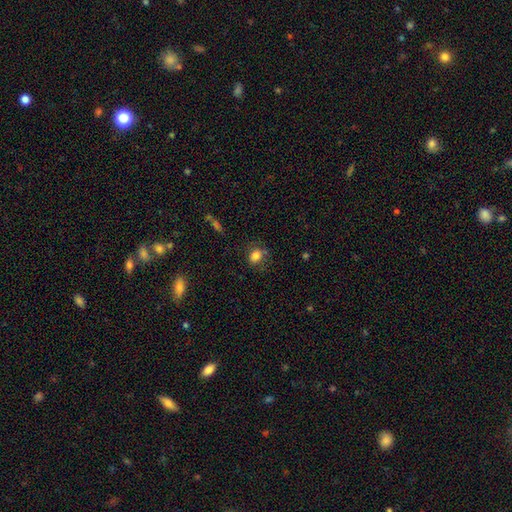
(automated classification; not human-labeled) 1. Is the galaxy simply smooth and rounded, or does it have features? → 81% smooth, 10% star or artifact, 9% featured or disk.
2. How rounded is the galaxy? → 52% in between, 47% round, 1% cigar-shaped.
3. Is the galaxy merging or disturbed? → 67% none, 21% minor disturbance, 8% major disturbance, 3% merger.